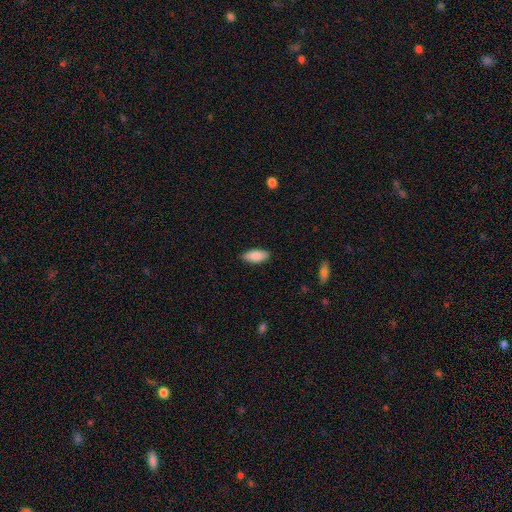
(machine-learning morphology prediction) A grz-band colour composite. It shows a smooth galaxy with no disk features (87%) that is in between round and cigar-shaped (88%). Merging: none (88%).